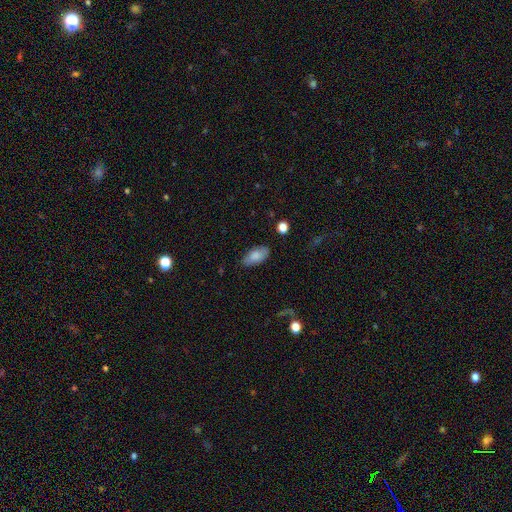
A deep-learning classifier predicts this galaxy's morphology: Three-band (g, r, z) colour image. It shows a smooth galaxy with no disk features (81%) that is in between round and cigar-shaped (92%). Merging: none (82%).